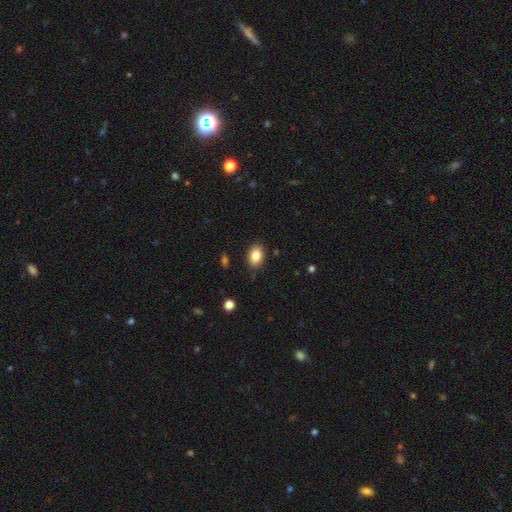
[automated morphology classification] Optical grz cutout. It shows a smooth galaxy with no disk features (86%) that is in between round and cigar-shaped (82%). Merging: none (85%).